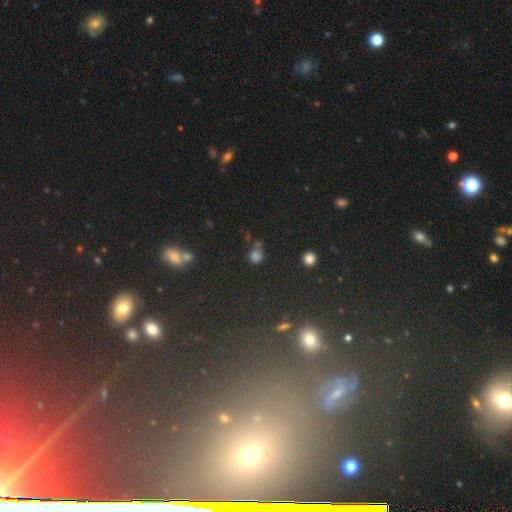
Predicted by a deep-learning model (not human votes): This appears to be a smooth galaxy with no disk features (61%) that is round (75%). Merging: none (64%).